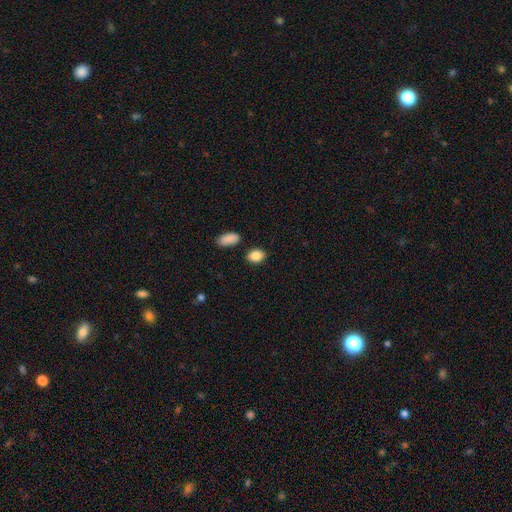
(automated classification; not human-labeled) Overall: smooth (87%). How rounded: in between (72%). Merging: none (84%).